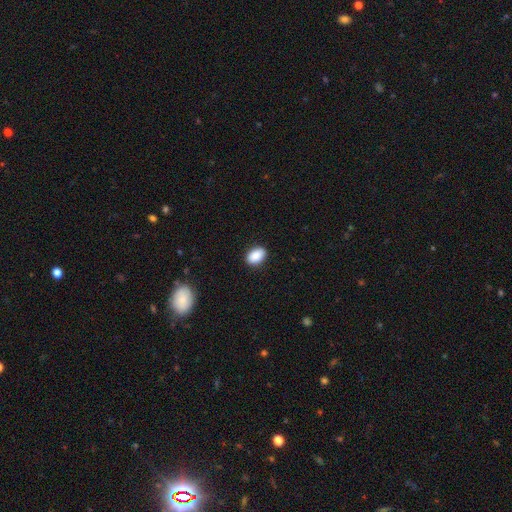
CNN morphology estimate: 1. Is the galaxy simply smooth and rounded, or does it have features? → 89% smooth, 7% star or artifact, 3% featured or disk.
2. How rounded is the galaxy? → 88% in between, 10% round, 1% cigar-shaped.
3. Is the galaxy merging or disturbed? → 88% none, 9% minor disturbance, 2% major disturbance, 1% merger.